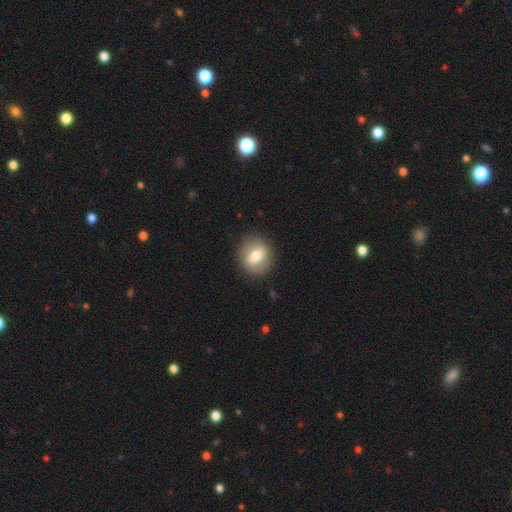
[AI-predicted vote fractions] smooth-or-featured: smooth: 64% | featured or disk: 29% | star or artifact: 8%
  how-rounded: round: 71% | in between: 27% | cigar-shaped: 1%
  merging: none: 87% | minor disturbance: 9% | major disturbance: 3% | merger: 1%